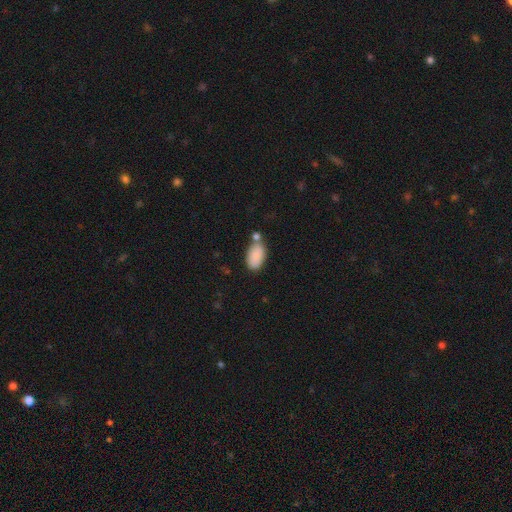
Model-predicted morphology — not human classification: This is clearly a smooth galaxy (88%). How rounded: clearly in between (94%). Merging: possibly none (58%).